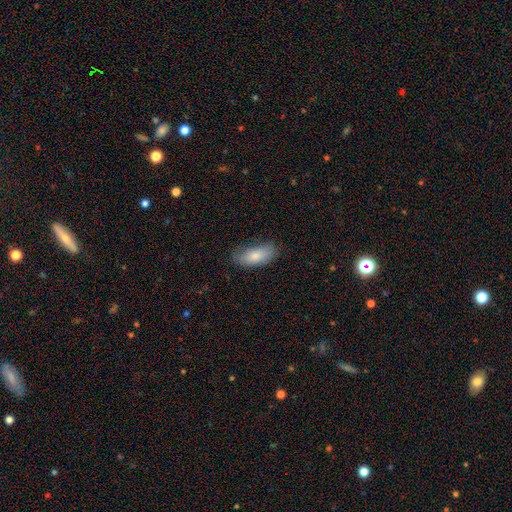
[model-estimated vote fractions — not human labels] Smooth or featured? Predicted: smooth (p=0.79). How rounded? Predicted: in between (p=0.84). Merging? Predicted: none (p=0.74).